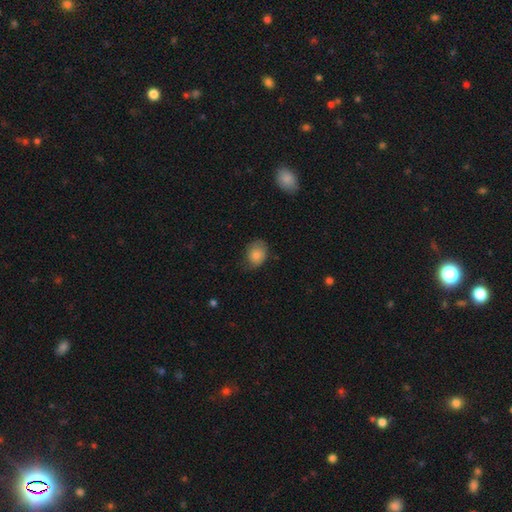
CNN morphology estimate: A smooth galaxy with no disk features (82%) that is in between round and cigar-shaped (57%).

Vote fractions:
- Smooth or featured? smooth: 82% / featured or disk: 10% / star or artifact: 8%
- How rounded? in between: 57% / round: 42% / cigar-shaped: 1%
- Merging? none: 60% / minor disturbance: 30% / major disturbance: 8% / merger: 1%